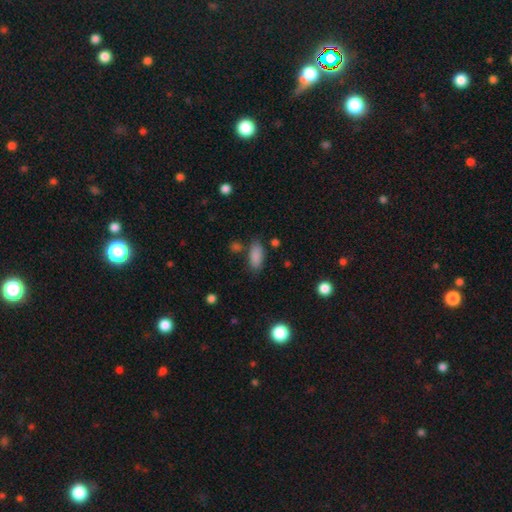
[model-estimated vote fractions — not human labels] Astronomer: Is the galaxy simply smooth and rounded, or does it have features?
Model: smooth — 86%.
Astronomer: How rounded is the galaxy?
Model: in between — 85%.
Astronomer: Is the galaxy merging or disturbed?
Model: none — 75%.